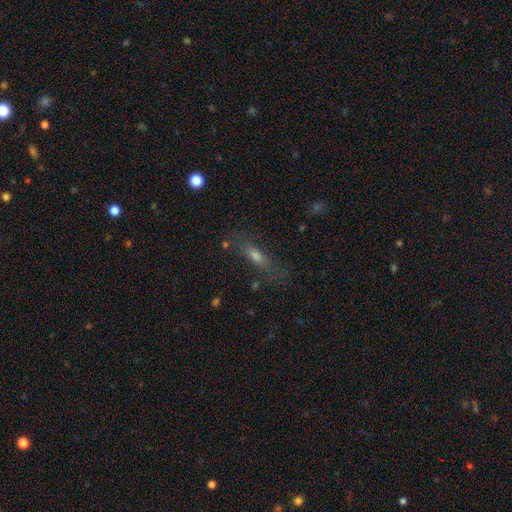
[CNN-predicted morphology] Smooth or featured? smooth (53%)
How rounded? cigar-shaped (62%)
Merging? none (69%)